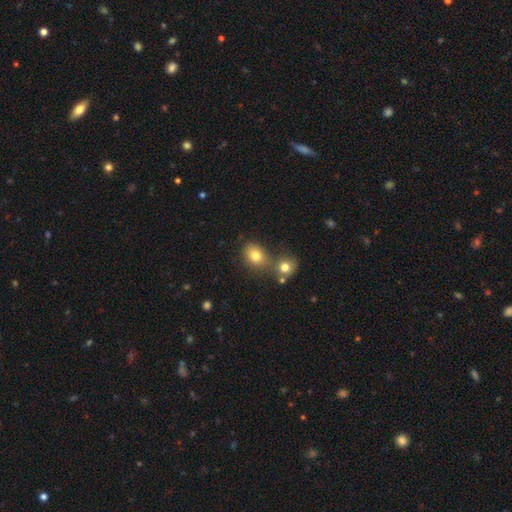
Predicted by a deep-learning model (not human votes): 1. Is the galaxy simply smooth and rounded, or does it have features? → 78% smooth, 12% star or artifact, 10% featured or disk.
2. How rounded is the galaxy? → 52% round, 47% in between, 1% cigar-shaped.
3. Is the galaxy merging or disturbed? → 53% none, 30% merger, 12% minor disturbance, 5% major disturbance.